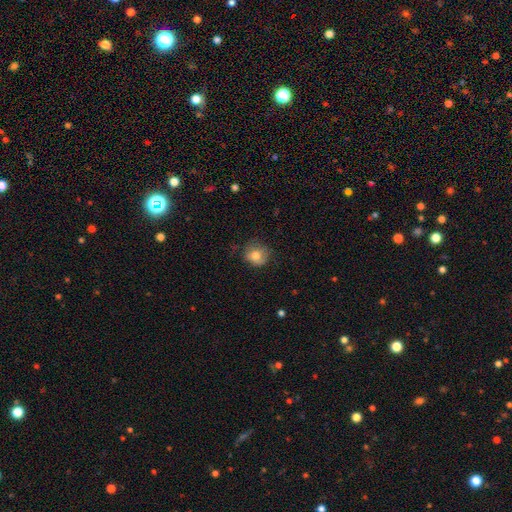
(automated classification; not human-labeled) This is likely a smooth galaxy (77%). How rounded: likely round (78%). Merging: likely none (64%).